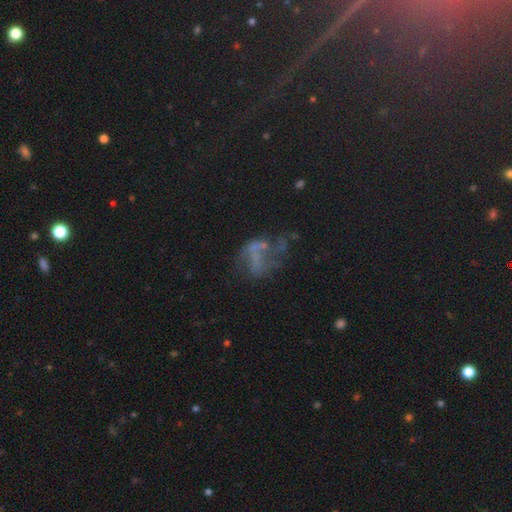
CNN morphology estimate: Q: Smooth or featured?
A: featured or disk (54%); runner-up: star or artifact (24%)
Q: Edge-on disk?
A: no (97%); runner-up: yes (3%)
Q: Bar?
A: no (76%); runner-up: weak (16%)
Q: Spiral arms?
A: no (73%); runner-up: yes (27%)
Q: Bulge size?
A: none (79%); runner-up: small (11%)
Q: Merging?
A: major disturbance (39%); runner-up: none (34%)